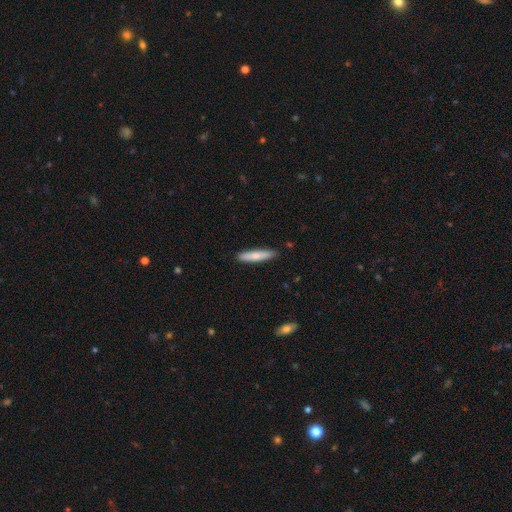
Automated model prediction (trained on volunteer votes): This is likely a smooth galaxy (76%). How rounded: clearly cigar-shaped (88%). Merging: clearly none (89%).